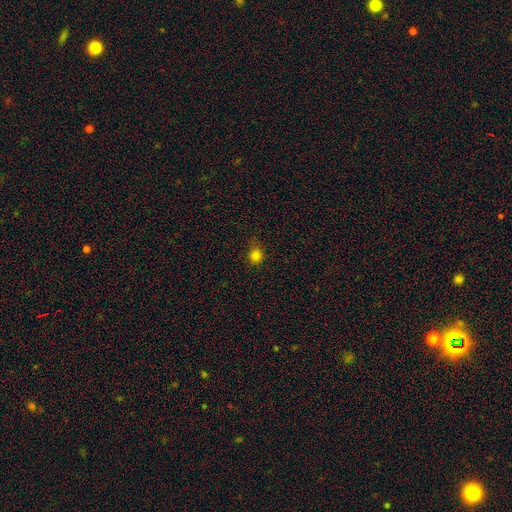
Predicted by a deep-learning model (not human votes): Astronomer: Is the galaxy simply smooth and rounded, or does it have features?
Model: smooth — 80%.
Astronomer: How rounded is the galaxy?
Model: round — 80%.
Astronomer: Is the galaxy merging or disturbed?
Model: none — 75%.